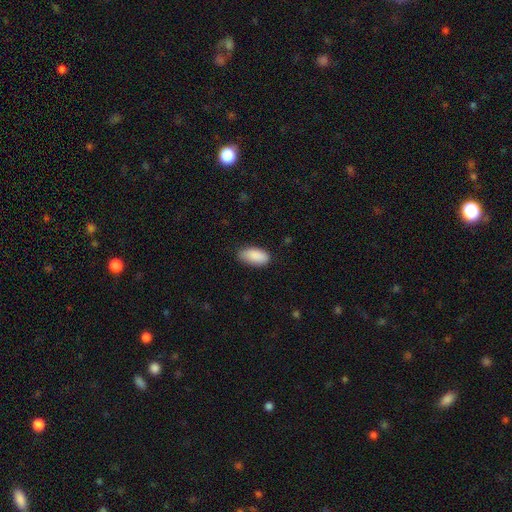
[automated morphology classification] Smooth or featured? Predicted: smooth (p=0.89). How rounded? Predicted: in between (p=0.94). Merging? Predicted: none (p=0.75).